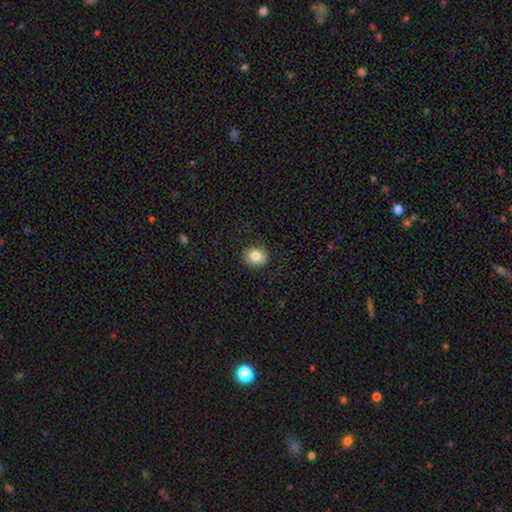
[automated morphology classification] Overall: smooth (82%). How rounded: round (78%). Merging: none (83%).